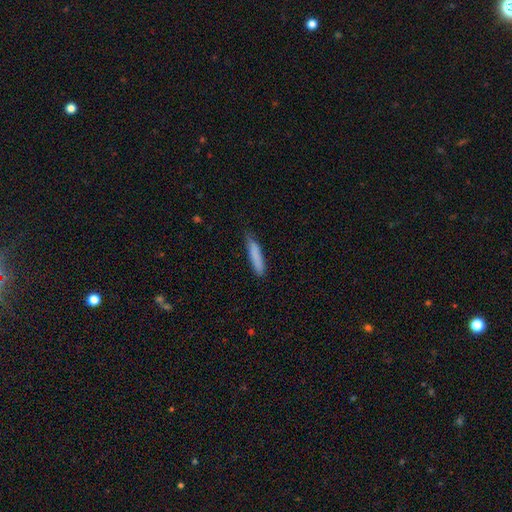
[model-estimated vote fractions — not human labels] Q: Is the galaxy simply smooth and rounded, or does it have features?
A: smooth — 83%.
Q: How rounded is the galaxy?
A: cigar-shaped — 89%.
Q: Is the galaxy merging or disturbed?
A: none — 79%.